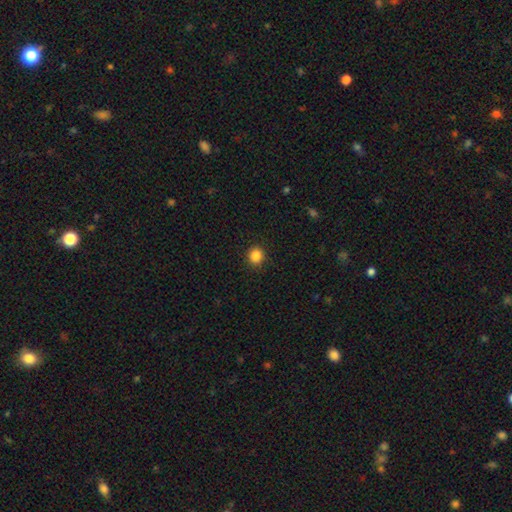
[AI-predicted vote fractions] A smooth galaxy with no disk features (86%) that is round (88%). Merging: none (91%).